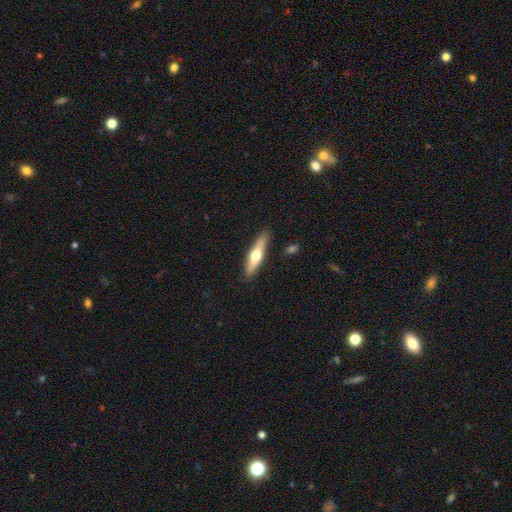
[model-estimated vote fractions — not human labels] Smooth or featured: featured or disk — 49% (smooth — 45%)
Merging: none — 86% (minor disturbance — 10%)